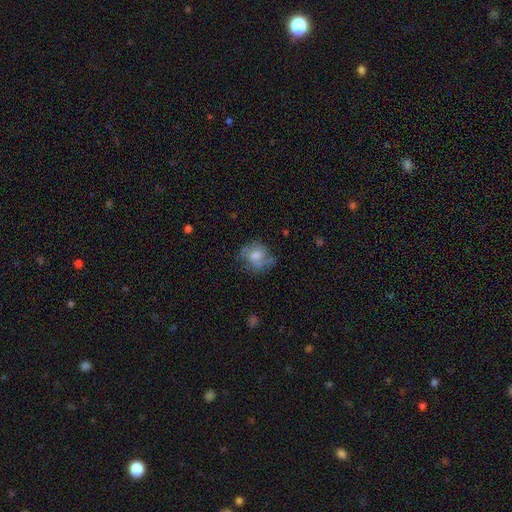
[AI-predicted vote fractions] The model was most divided on "smooth or featured" (2-way tie): featured or disk: 44%, smooth: 44%, star or artifact: 12%. More confident: merging — none (57%).